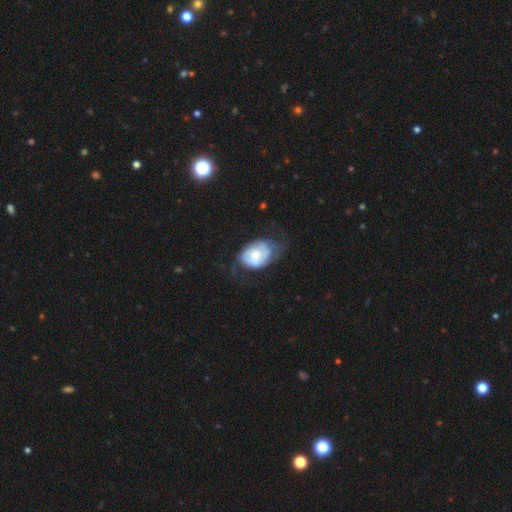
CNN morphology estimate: A featured or disk galaxy (51%). Merging: none (40%).